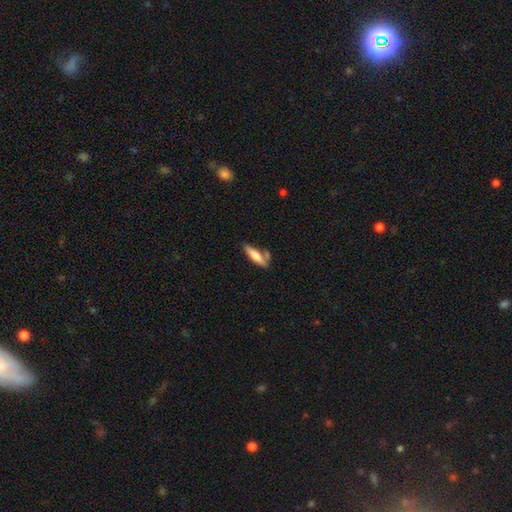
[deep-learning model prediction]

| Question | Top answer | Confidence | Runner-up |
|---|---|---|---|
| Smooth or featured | smooth | 69% | featured or disk (25%) |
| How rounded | cigar-shaped | 65% | in between (33%) |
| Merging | none | 64% | minor disturbance (16%) |